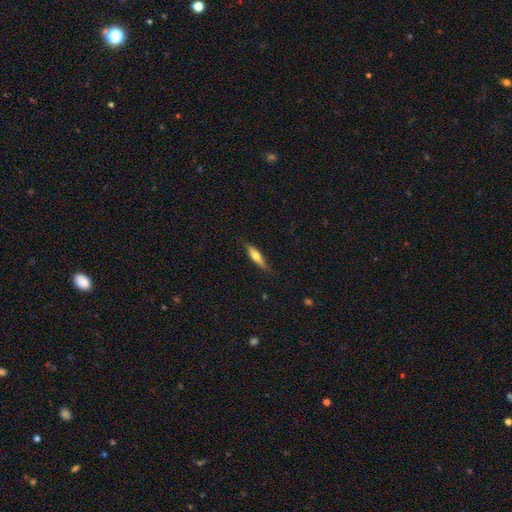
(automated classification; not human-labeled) A smooth galaxy with no disk features (61%) that is cigar-shaped (73%).

Vote fractions:
- Smooth or featured? smooth: 61% / featured or disk: 34% / star or artifact: 6%
- How rounded? cigar-shaped: 73% / in between: 26% / round: 2%
- Merging? none: 77% / minor disturbance: 18% / major disturbance: 3% / merger: 1%